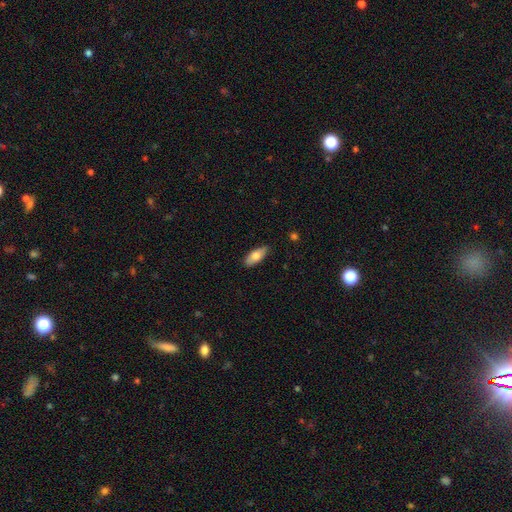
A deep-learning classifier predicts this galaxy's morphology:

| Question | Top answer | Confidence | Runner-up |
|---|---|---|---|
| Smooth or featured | smooth | 73% | featured or disk (21%) |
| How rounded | in between | 78% | cigar-shaped (20%) |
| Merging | none | 86% | minor disturbance (11%) |